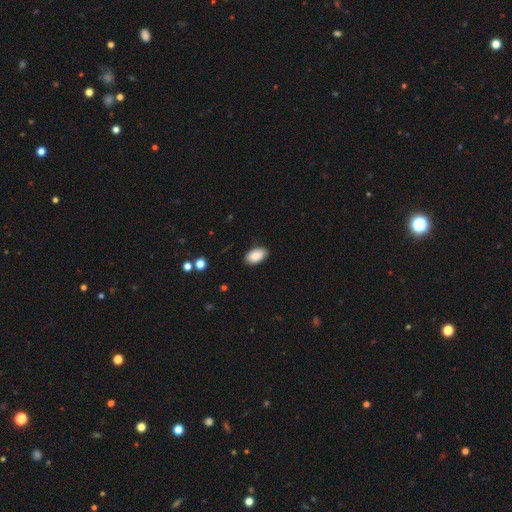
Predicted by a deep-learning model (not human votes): A smooth galaxy with no disk features (89%) that is in between round and cigar-shaped (94%). Merging: none (86%).